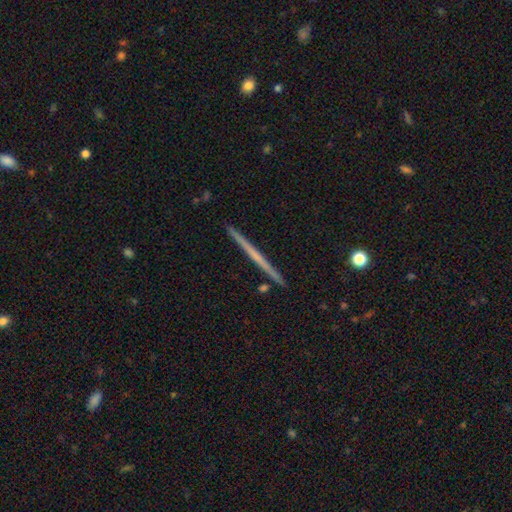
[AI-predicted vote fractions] Smooth or featured? featured or disk (60%)
Edge-on disk? yes (98%)
Edge-on bulge? none (87%)
Merging? none (93%)